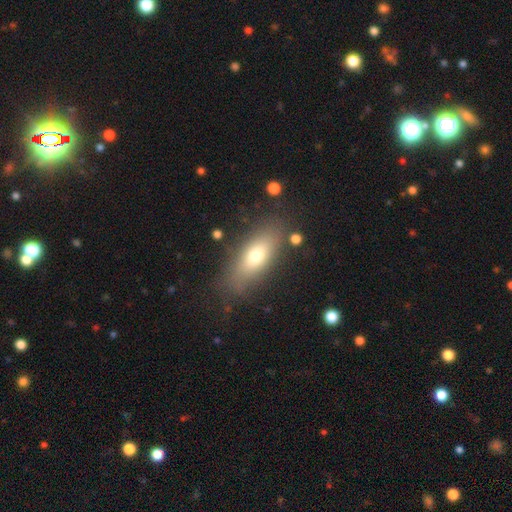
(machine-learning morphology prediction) This appears to be a smooth galaxy with no disk features (68%) that is in between round and cigar-shaped (73%). Merging: none (79%).